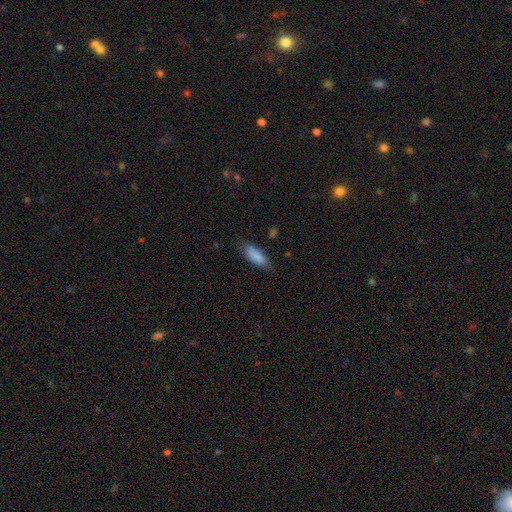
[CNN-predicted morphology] Overall: smooth (87%). How rounded: in between (68%; cigar-shaped 31%). Merging: none (78%).